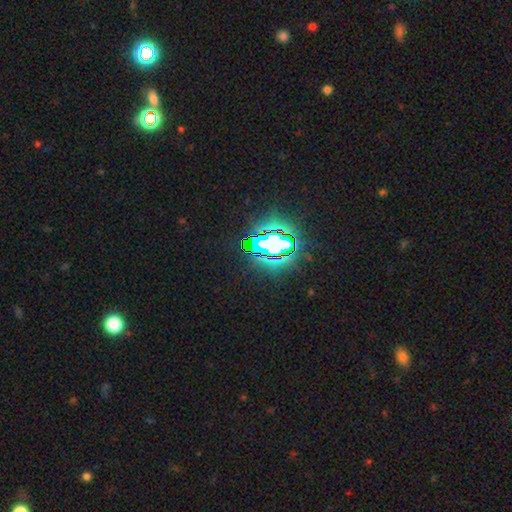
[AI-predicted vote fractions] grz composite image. It shows a star or artifact, not a galaxy (82%).